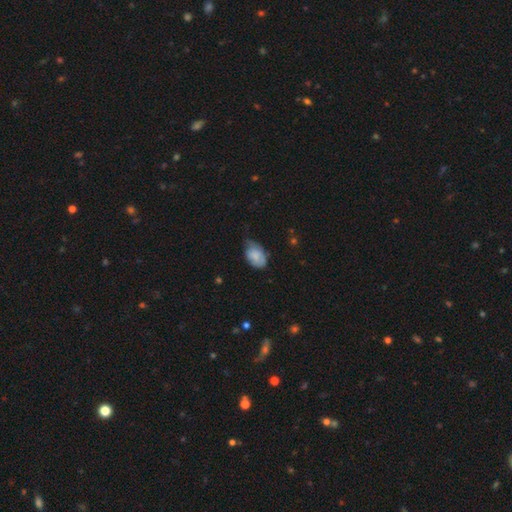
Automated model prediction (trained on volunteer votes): Q: Smooth or featured?
A: smooth (75%); runner-up: featured or disk (18%)
Q: How rounded?
A: in between (87%); runner-up: round (11%)
Q: Merging?
A: minor disturbance (47%); runner-up: none (38%)